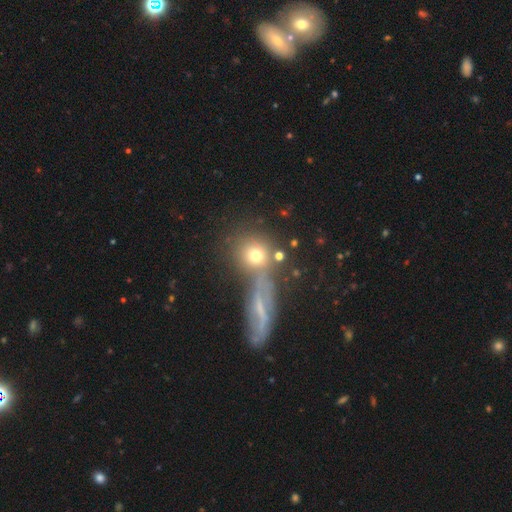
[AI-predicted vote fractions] smooth_or_featured: smooth (p=0.64) [alt: featured or disk p=0.21]
how_rounded: round (p=0.81) [alt: in between p=0.15]
merging: none (p=0.53) [alt: merger p=0.28]